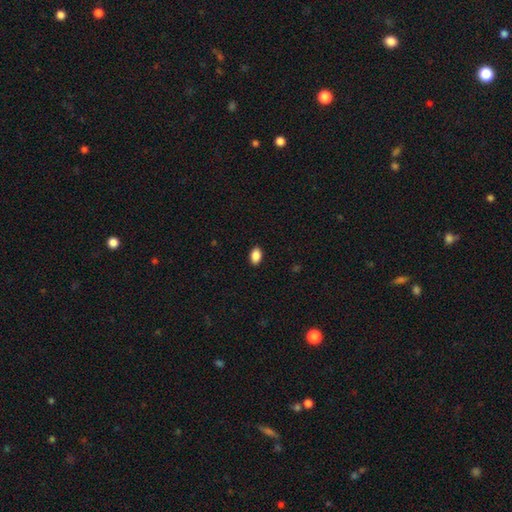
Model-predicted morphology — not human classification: smooth_or_featured: smooth (p=0.89) [alt: star or artifact p=0.08]
how_rounded: in between (p=0.88) [alt: round p=0.10]
merging: none (p=0.89) [alt: minor disturbance p=0.08]